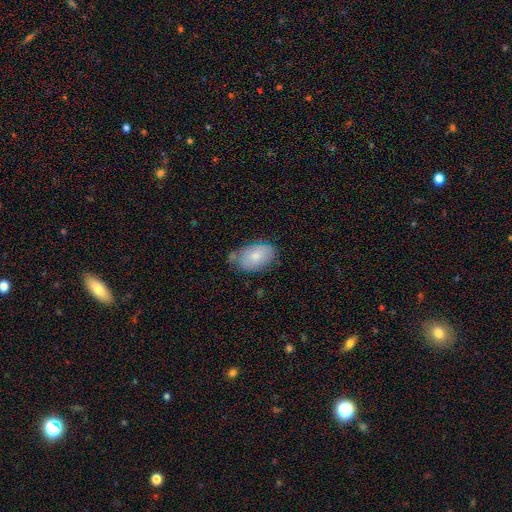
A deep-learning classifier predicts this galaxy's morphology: type=smooth (76%); roundness=in between (90%); merging=none (60%).